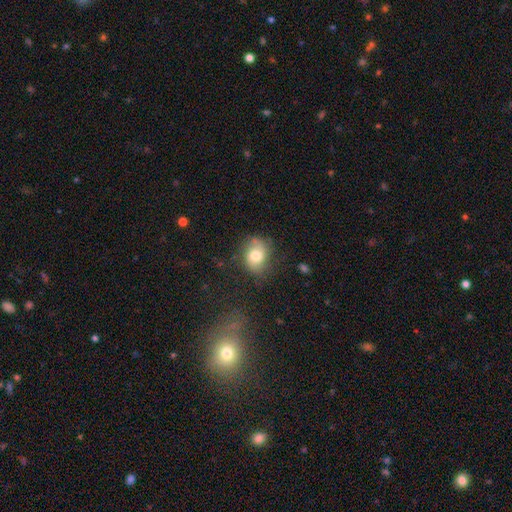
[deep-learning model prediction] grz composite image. It shows a smooth galaxy with no disk features (61%) that is in between round and cigar-shaped (55%). Merging: none (65%).